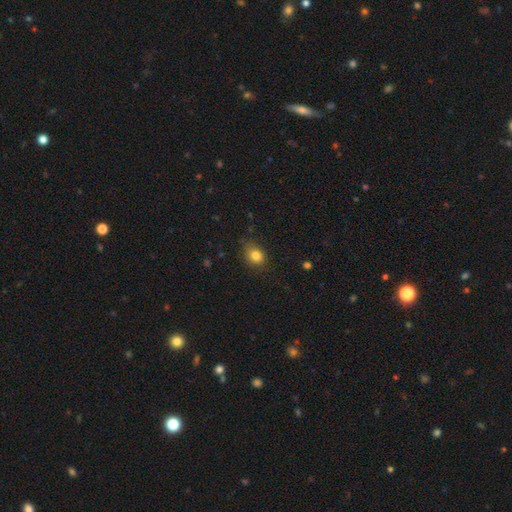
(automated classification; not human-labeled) smooth-or-featured: smooth: 83% | star or artifact: 11% | featured or disk: 6%
  how-rounded: round: 53% | in between: 45% | cigar-shaped: 1%
  merging: none: 75% | minor disturbance: 20% | major disturbance: 4% | merger: 1%